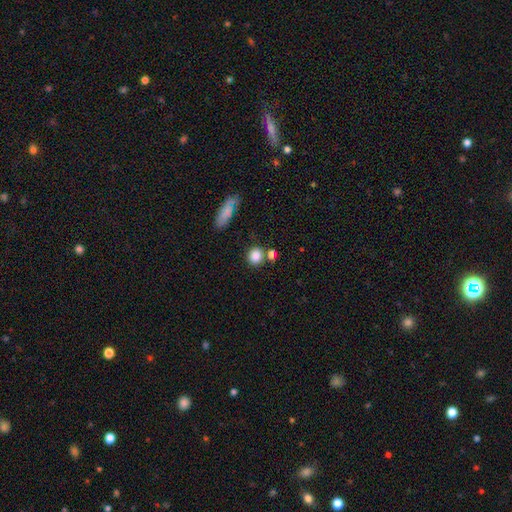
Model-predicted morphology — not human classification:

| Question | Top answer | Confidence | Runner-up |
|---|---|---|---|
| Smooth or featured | smooth | 84% | star or artifact (10%) |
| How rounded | round | 83% | in between (16%) |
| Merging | none | 72% | merger (13%) |